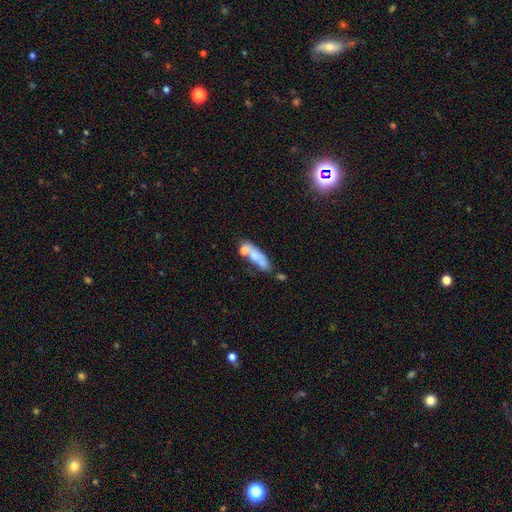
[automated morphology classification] Overall: smooth (63%; featured or disk 28%). How rounded: in between (54%; cigar-shaped 41%). Merging: none (38%; merger 30%).